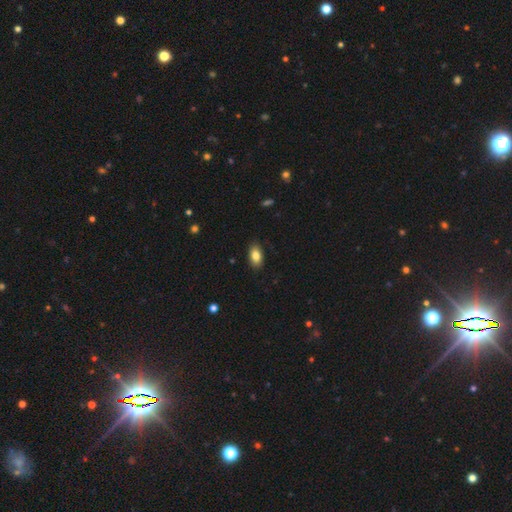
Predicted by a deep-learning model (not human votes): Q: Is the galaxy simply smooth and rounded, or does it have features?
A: smooth — 85%.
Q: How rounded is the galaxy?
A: in between — 91%.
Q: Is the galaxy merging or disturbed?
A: none — 87%.